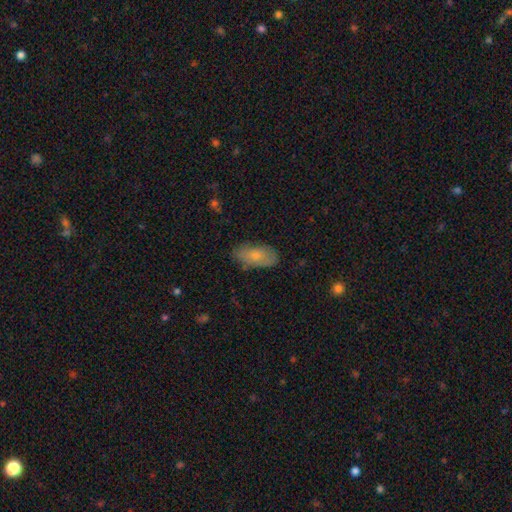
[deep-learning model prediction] smooth-or-featured: smooth: 73% | featured or disk: 20% | star or artifact: 7%
  how-rounded: in between: 90% | cigar-shaped: 7% | round: 3%
  merging: none: 76% | minor disturbance: 19% | major disturbance: 4% | merger: 1%